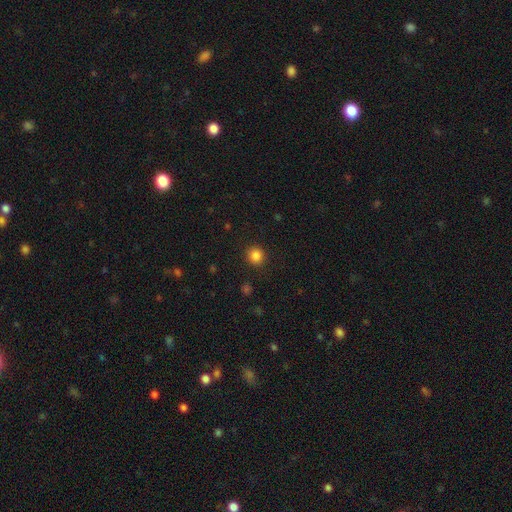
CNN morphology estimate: The model was most divided on "smooth or featured": smooth: 85%, star or artifact: 12%, featured or disk: 4%. More confident: how rounded — round (92%); merging — none (91%).